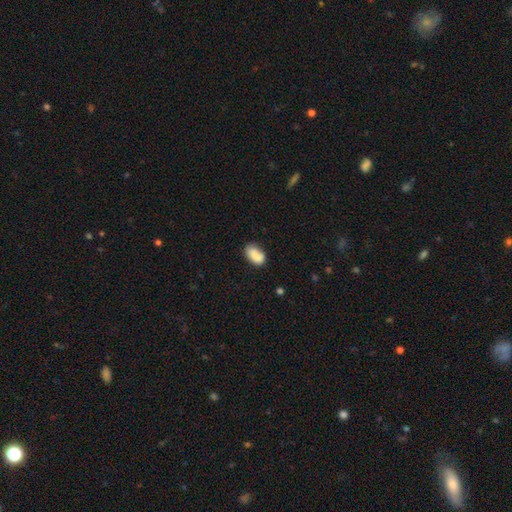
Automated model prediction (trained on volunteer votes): A smooth galaxy with no disk features (85%) that is in between round and cigar-shaped (92%). Merging: none (65%).